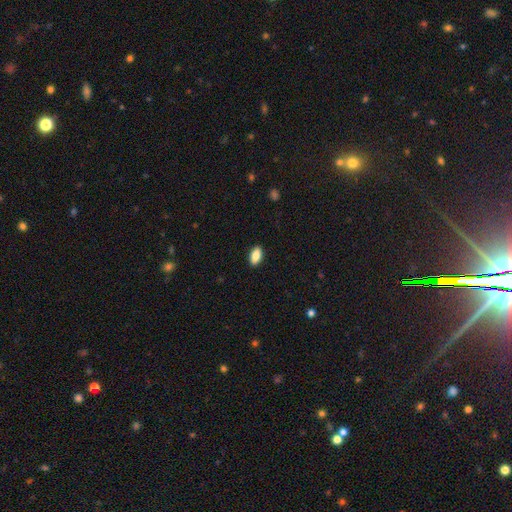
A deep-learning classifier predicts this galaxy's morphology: smooth 84%, featured or disk 9%, star or artifact 7%. Down the decision tree: how rounded — in between (90%); merging — none (90%).